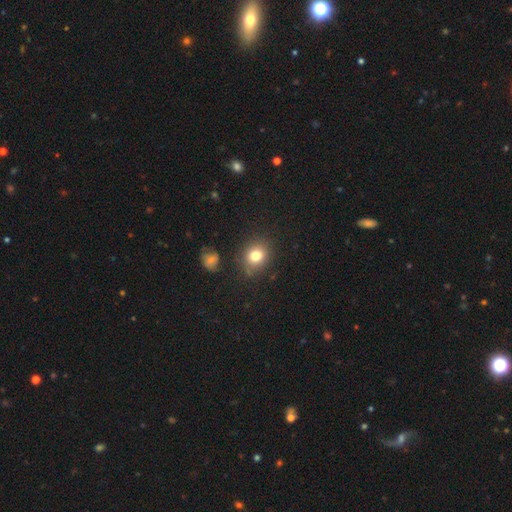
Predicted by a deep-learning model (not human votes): Smooth or featured? Predicted: smooth (p=0.79). How rounded? Predicted: round (p=0.66). Merging? Predicted: none (p=0.80).